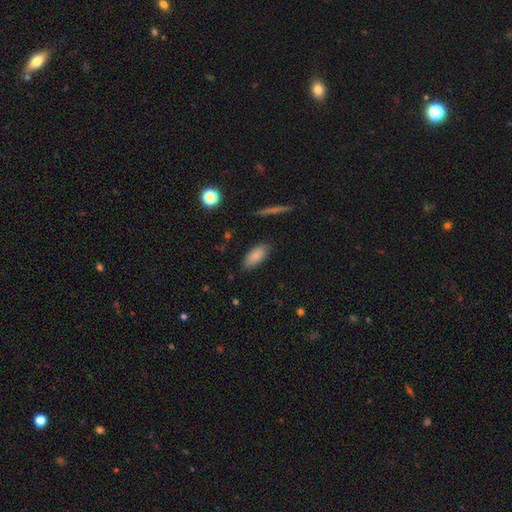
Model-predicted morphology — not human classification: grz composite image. It shows a smooth galaxy with no disk features (85%) that is in between round and cigar-shaped (86%). Merging: none (85%).